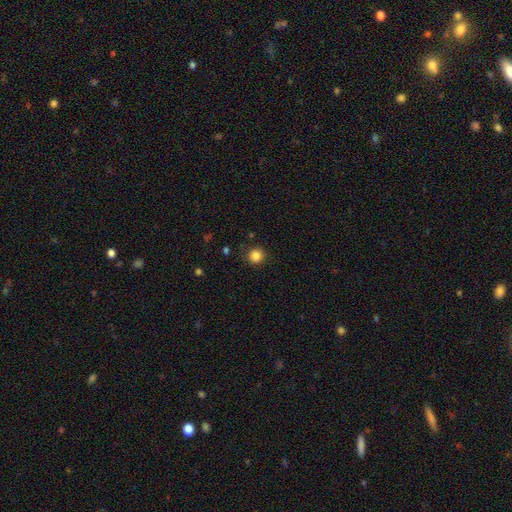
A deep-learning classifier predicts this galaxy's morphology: smooth-or-featured: smooth: 85% | star or artifact: 11% | featured or disk: 3%
  how-rounded: round: 94% | in between: 5% | cigar-shaped: 1%
  merging: none: 88% | minor disturbance: 8% | major disturbance: 3% | merger: 1%